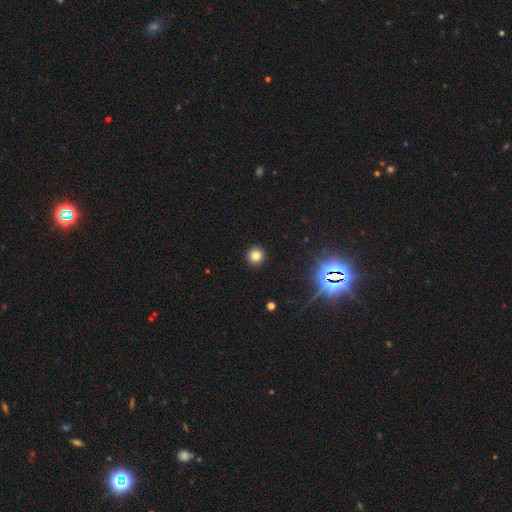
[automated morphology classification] This appears to be a smooth galaxy with no disk features (79%) that is round (95%). Merging: none (93%).